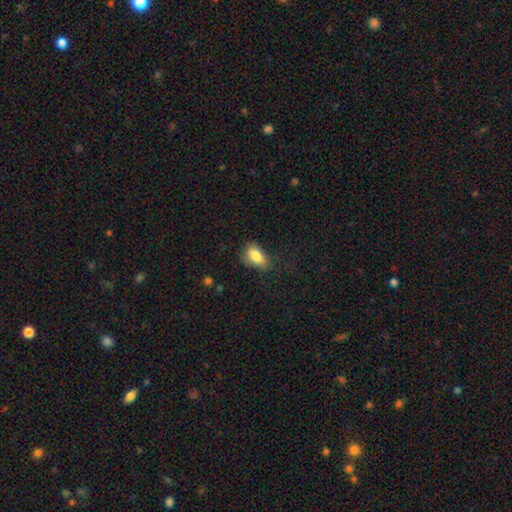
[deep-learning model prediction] This is clearly a smooth galaxy (83%). How rounded: clearly in between (89%). Merging: possibly none (54%).